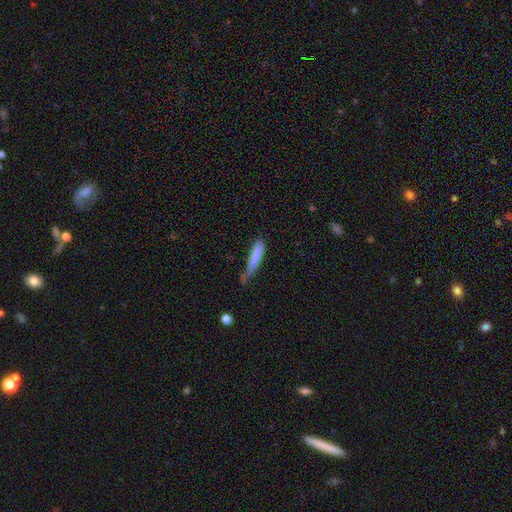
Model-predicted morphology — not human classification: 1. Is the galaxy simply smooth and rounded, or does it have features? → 80% smooth, 14% featured or disk, 7% star or artifact.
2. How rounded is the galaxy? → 87% cigar-shaped, 12% in between, 1% round.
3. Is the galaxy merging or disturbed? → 43% none, 37% minor disturbance, 14% major disturbance, 5% merger.